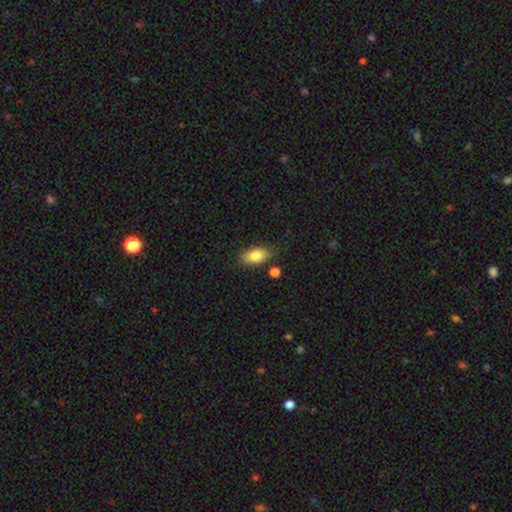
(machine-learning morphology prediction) Overall: smooth (83%). How rounded: in between (90%). Merging: none (78%).